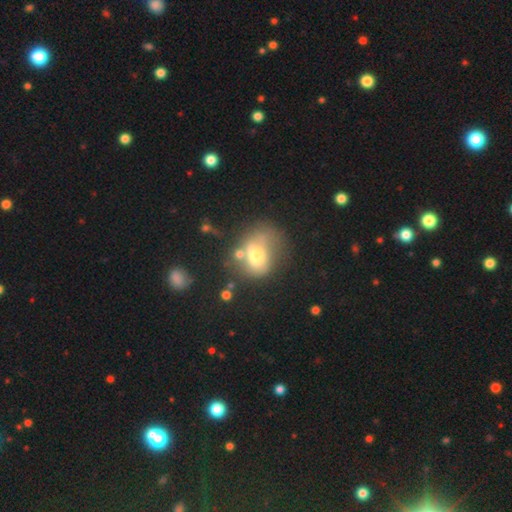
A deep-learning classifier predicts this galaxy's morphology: type=smooth (59%); roundness=in between (59%); merging=none (31%).